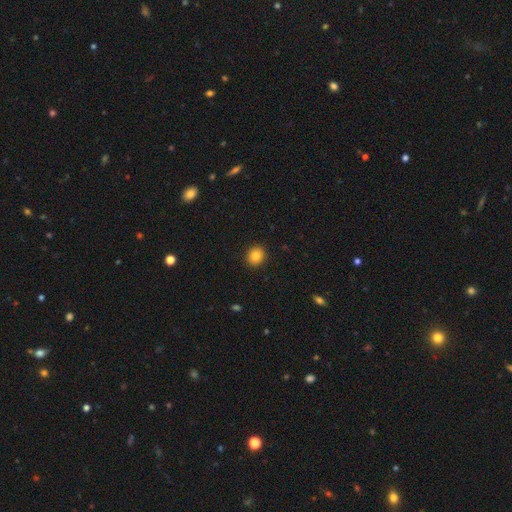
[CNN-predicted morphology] Q: Smooth or featured?
A: smooth (84%); runner-up: star or artifact (10%)
Q: How rounded?
A: round (80%); runner-up: in between (19%)
Q: Merging?
A: none (92%); runner-up: minor disturbance (5%)